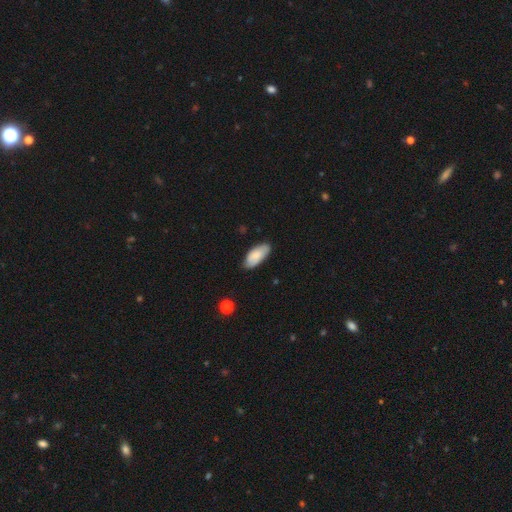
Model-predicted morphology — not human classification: smooth_or_featured: smooth (p=0.80) [alt: featured or disk p=0.14]
how_rounded: in between (p=0.89) [alt: cigar-shaped p=0.09]
merging: none (p=0.80) [alt: minor disturbance p=0.16]